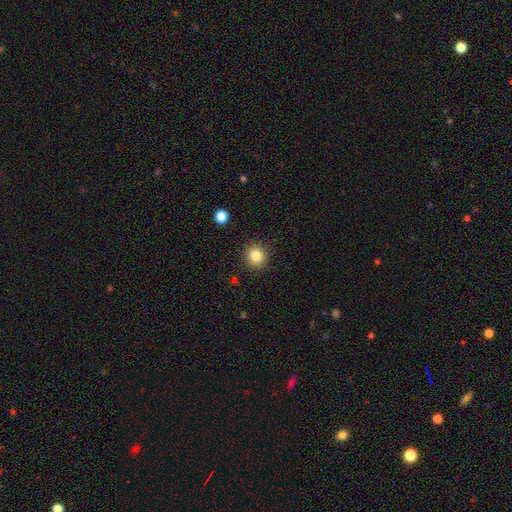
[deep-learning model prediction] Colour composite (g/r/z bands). It shows a smooth galaxy with no disk features (84%) that is round (88%). Merging: none (89%).